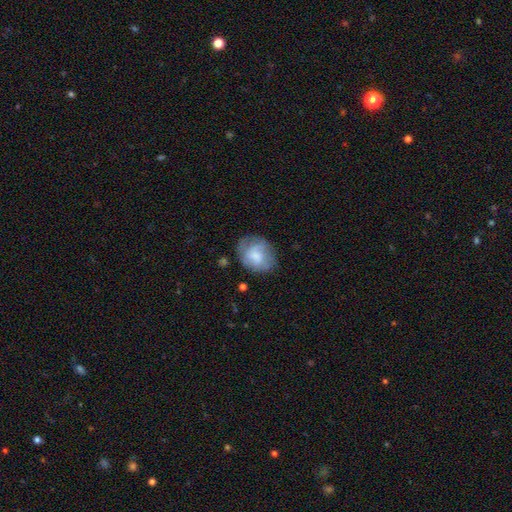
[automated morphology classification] Smooth or featured: smooth — 62% (featured or disk — 30%)
How rounded: round — 52% (in between — 47%)
Merging: none — 59% (minor disturbance — 26%)